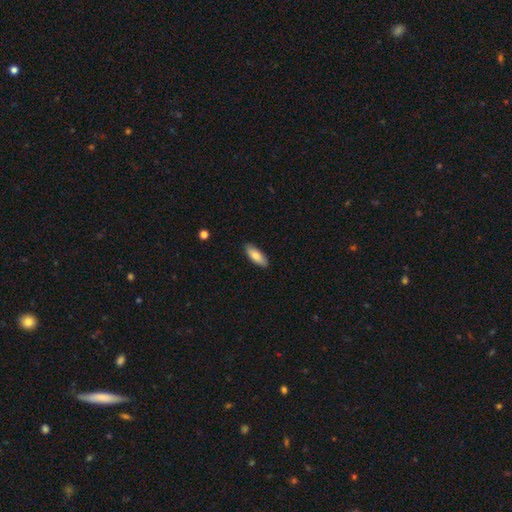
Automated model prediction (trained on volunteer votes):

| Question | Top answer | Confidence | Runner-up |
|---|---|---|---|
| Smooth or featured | smooth | 80% | featured or disk (15%) |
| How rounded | in between | 73% | cigar-shaped (25%) |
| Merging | none | 88% | minor disturbance (9%) |